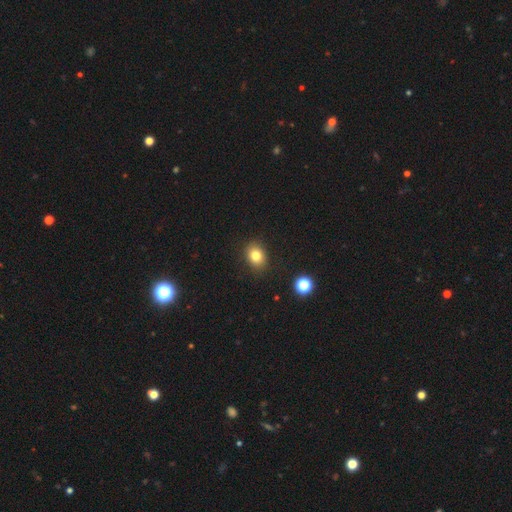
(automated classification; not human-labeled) Smooth or featured: smooth — 80% (star or artifact — 12%)
How rounded: in between — 53% (round — 46%)
Merging: none — 88% (minor disturbance — 8%)